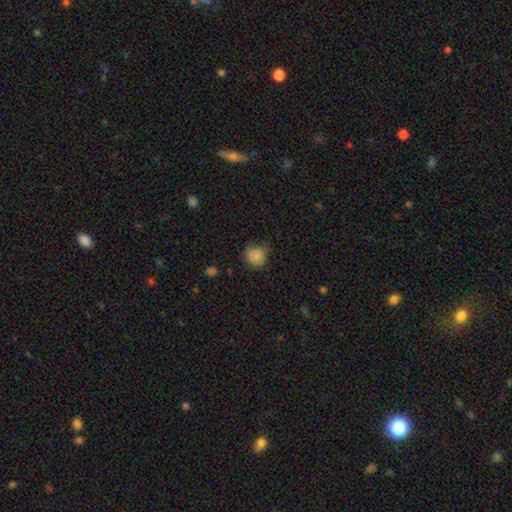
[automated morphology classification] Smooth or featured: smooth — 85% (star or artifact — 10%)
How rounded: round — 84% (in between — 15%)
Merging: none — 70% (minor disturbance — 22%)